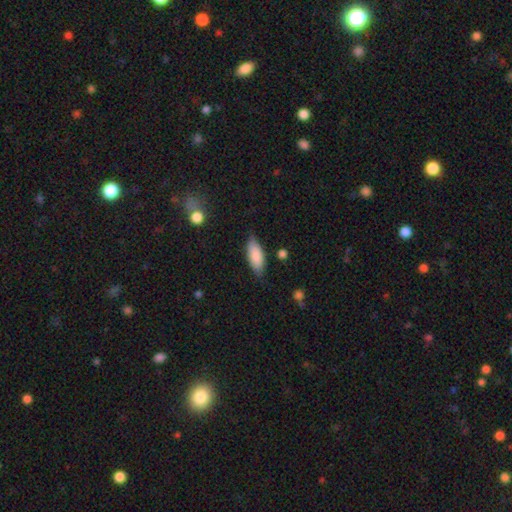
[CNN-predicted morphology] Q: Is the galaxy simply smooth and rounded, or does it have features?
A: smooth — 83%.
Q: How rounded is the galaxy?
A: in between — 80%.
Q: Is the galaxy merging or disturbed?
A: none — 76%.